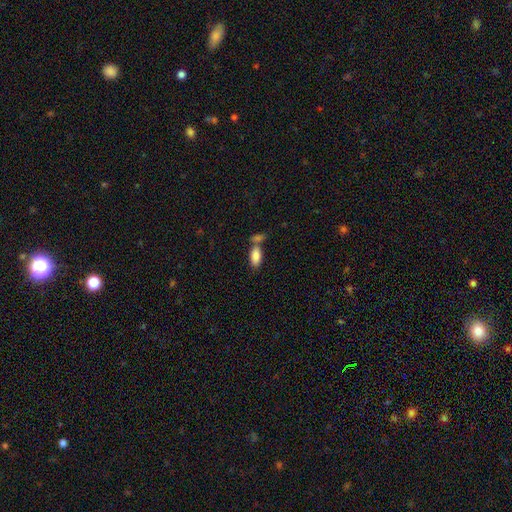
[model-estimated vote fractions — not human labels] Morphology: type=smooth (85%); roundness=in between (91%); merging=none (47%).